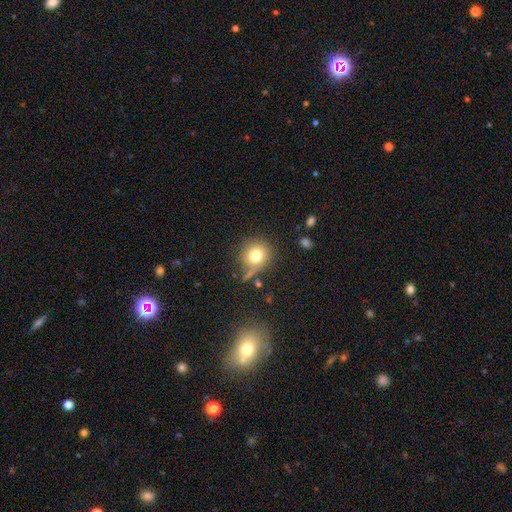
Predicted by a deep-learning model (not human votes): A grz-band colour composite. It shows a smooth galaxy with no disk features (76%) that is round (90%). Merging: none (67%).